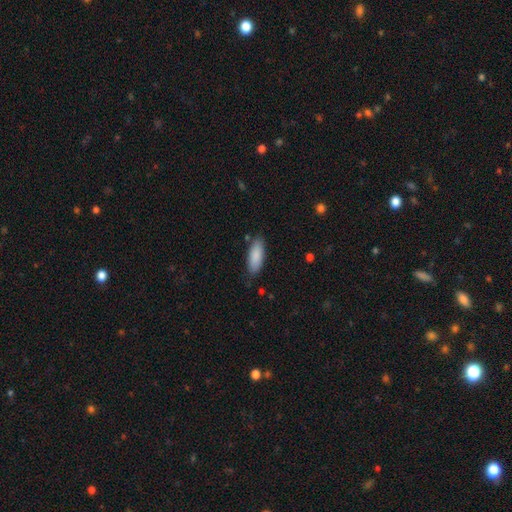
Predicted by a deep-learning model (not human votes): Smooth or featured?
  - smooth: 88% *
  - featured or disk: 6%
  - star or artifact: 6%
How rounded?
  - in between: 71% *
  - cigar-shaped: 28%
  - round: 2%
Merging?
  - none: 81% *
  - minor disturbance: 14%
  - major disturbance: 3%
  - merger: 2%